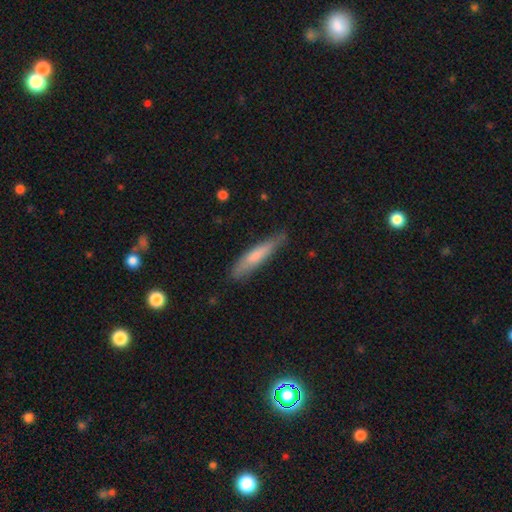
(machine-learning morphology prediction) A smooth galaxy with no disk features (64%) that is cigar-shaped (88%).

Vote fractions:
- Smooth or featured? smooth: 64% / featured or disk: 30% / star or artifact: 6%
- How rounded? cigar-shaped: 88% / in between: 10% / round: 1%
- Merging? none: 79% / minor disturbance: 17% / major disturbance: 3% / merger: 1%